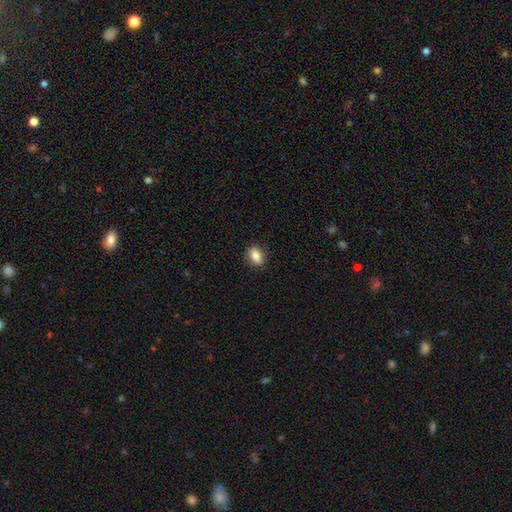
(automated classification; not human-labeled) Morphology: type=smooth (84%); roundness=in between (75%); merging=none (86%).